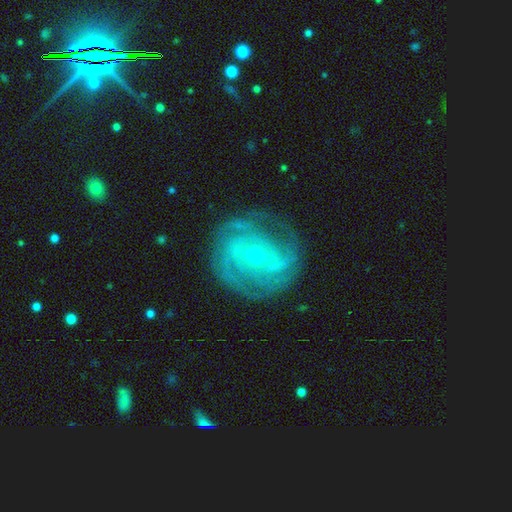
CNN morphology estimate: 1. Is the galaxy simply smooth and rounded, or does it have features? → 86% featured or disk, 8% smooth, 7% star or artifact.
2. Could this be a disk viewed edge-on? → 97% no, 3% yes.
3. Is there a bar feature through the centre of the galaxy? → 41% weak, 38% no, 22% strong.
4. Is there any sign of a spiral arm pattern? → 94% yes, 6% no.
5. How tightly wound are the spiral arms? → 64% tight, 29% medium, 7% loose.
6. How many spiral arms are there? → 28% 2, 27% can't tell, 23% 3, 11% 4, 6% more than 4, 6% 1.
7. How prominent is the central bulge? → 52% small, 45% moderate, 1% large, 1% none, 1% dominant.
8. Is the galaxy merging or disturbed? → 78% none, 14% minor disturbance, 6% major disturbance, 1% merger.